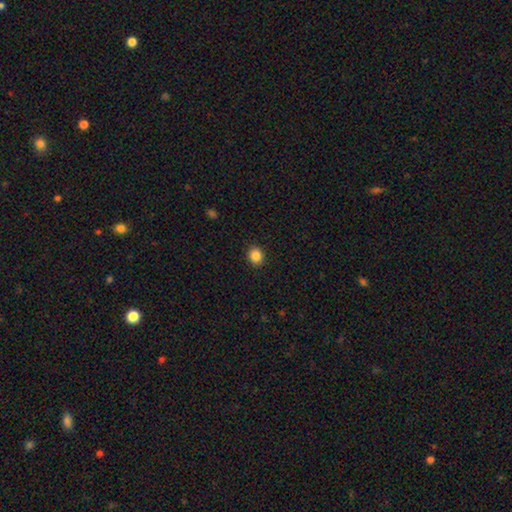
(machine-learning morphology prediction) Smooth or featured? Predicted: smooth (p=0.85). How rounded? Predicted: round (p=0.70). Merging? Predicted: none (p=0.91).